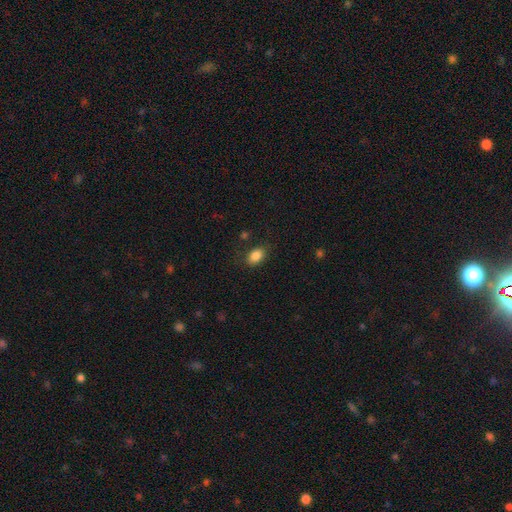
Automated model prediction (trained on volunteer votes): Q: Smooth or featured?
A: smooth (86%); runner-up: star or artifact (9%)
Q: How rounded?
A: in between (82%); runner-up: round (17%)
Q: Merging?
A: none (81%); runner-up: minor disturbance (13%)